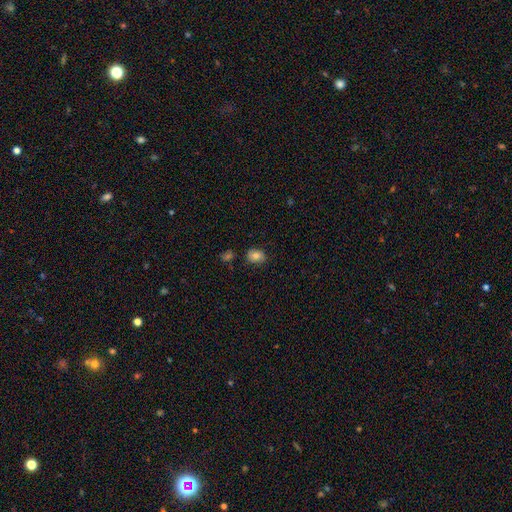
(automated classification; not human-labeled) Morphology: type=smooth (79%); roundness=in between (58%); merging=none (80%).